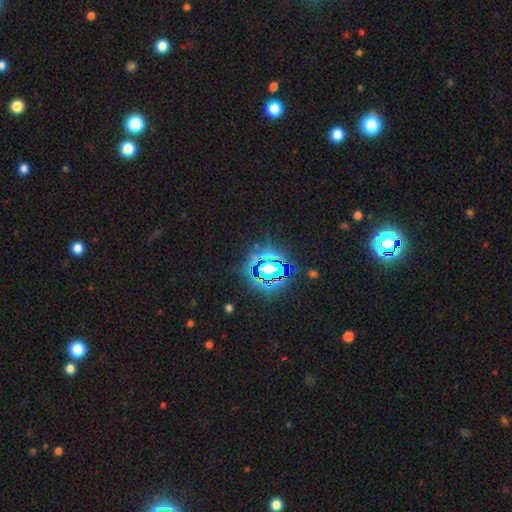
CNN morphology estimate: smooth_or_featured: star or artifact (p=0.82) [alt: smooth p=0.12]